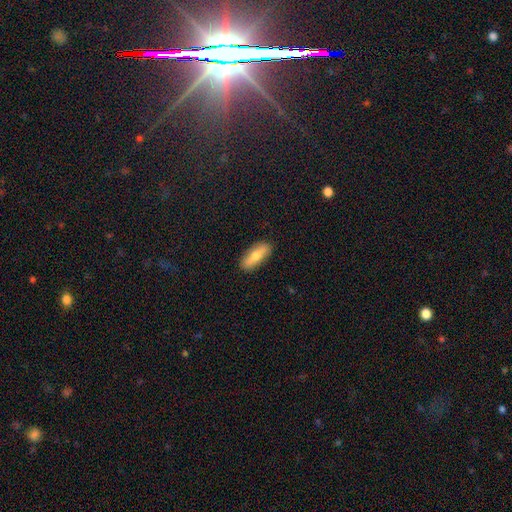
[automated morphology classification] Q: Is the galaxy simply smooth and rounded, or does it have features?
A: smooth — 65%.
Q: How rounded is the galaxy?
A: in between — 67%.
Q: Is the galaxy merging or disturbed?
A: none — 87%.